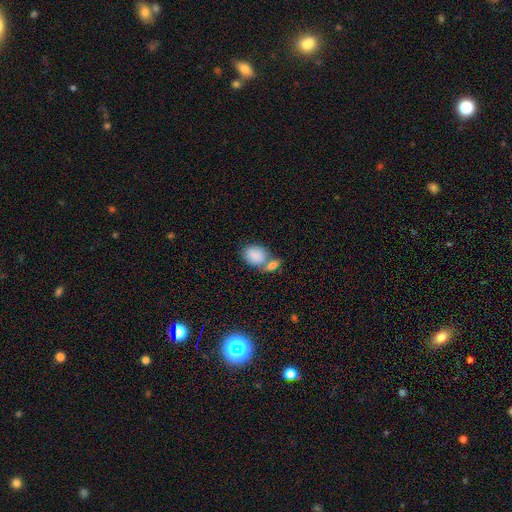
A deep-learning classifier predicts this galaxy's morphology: smooth-or-featured: smooth: 85% | featured or disk: 8% | star or artifact: 7%
  how-rounded: in between: 80% | round: 19% | cigar-shaped: 1%
  merging: merger: 51% | none: 33% | minor disturbance: 11% | major disturbance: 5%